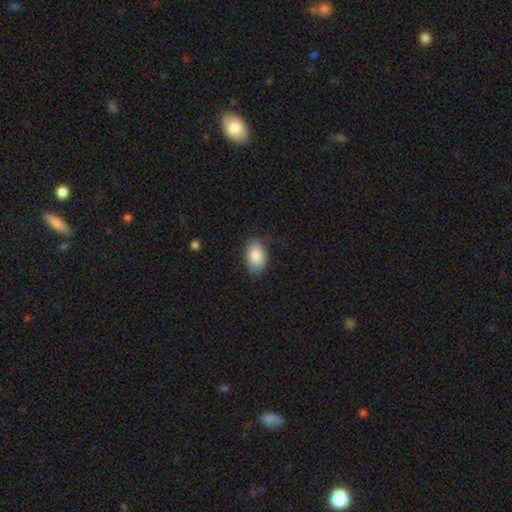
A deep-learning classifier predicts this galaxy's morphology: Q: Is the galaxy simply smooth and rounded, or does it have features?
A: smooth — 84%.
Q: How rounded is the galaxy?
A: in between — 90%.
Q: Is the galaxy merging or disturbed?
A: none — 72%.